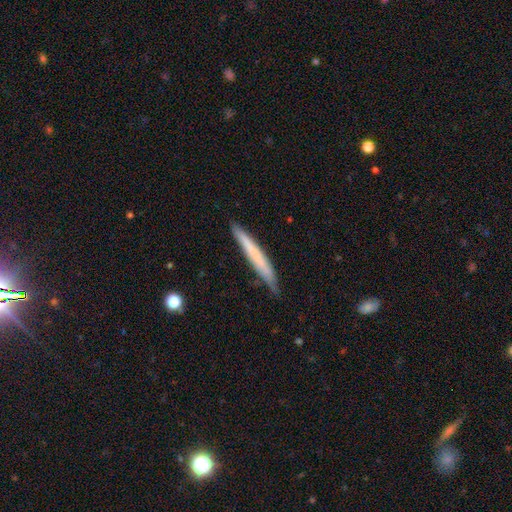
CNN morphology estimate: smooth-or-featured: smooth: 62% | featured or disk: 33% | star or artifact: 6%
  how-rounded: cigar-shaped: 96% | in between: 3% | round: 1%
  merging: none: 79% | minor disturbance: 17% | major disturbance: 2% | merger: 2%